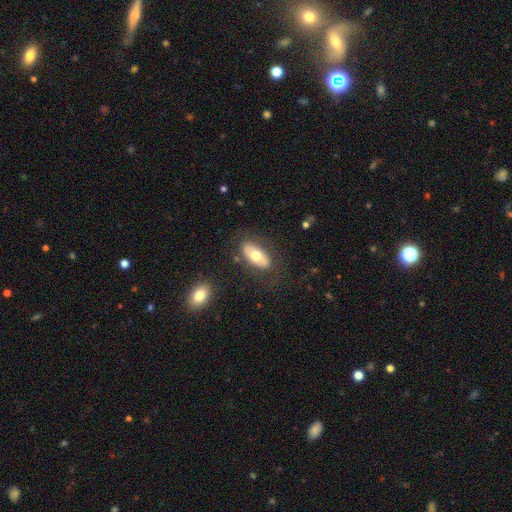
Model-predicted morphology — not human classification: Smooth or featured: smooth — 58% (featured or disk — 36%)
How rounded: in between — 90% (cigar-shaped — 7%)
Merging: none — 76% (minor disturbance — 15%)